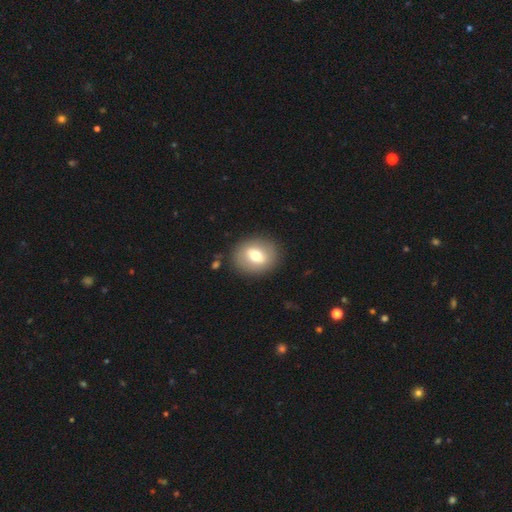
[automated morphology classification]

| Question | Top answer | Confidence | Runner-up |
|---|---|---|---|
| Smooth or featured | smooth | 62% | featured or disk (30%) |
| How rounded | round | 63% | in between (36%) |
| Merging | none | 87% | minor disturbance (8%) |